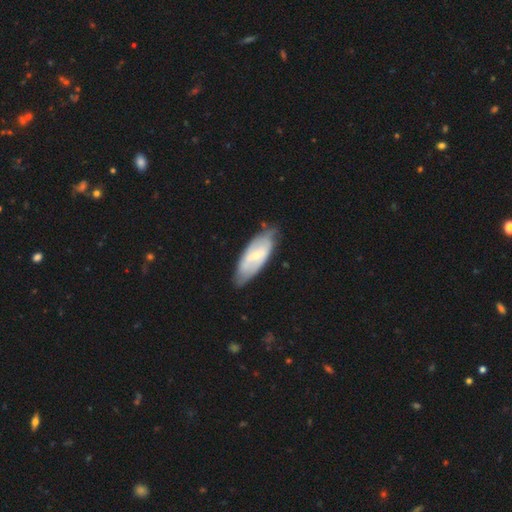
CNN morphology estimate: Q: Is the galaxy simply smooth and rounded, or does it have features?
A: featured or disk — 59%.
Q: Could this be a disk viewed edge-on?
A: no — 86%.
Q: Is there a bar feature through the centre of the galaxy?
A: weak — 43%.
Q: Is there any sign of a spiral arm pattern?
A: yes — 63%.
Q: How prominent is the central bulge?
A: small — 69%.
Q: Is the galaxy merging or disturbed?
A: none — 70%.